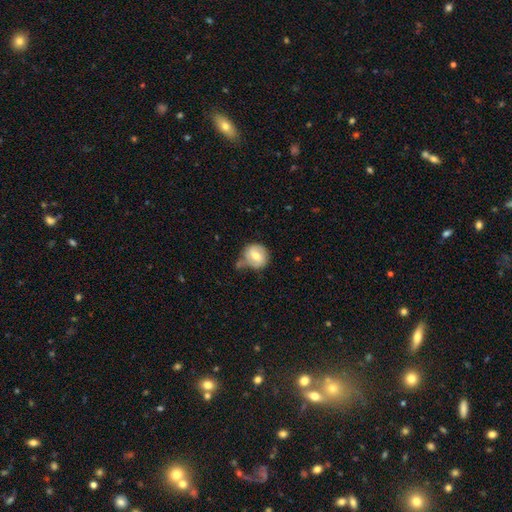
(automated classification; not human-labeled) The model was most divided on "smooth or featured": smooth: 57%, featured or disk: 36%, star or artifact: 8%. More confident: how rounded — round (84%); merging — none (53%).